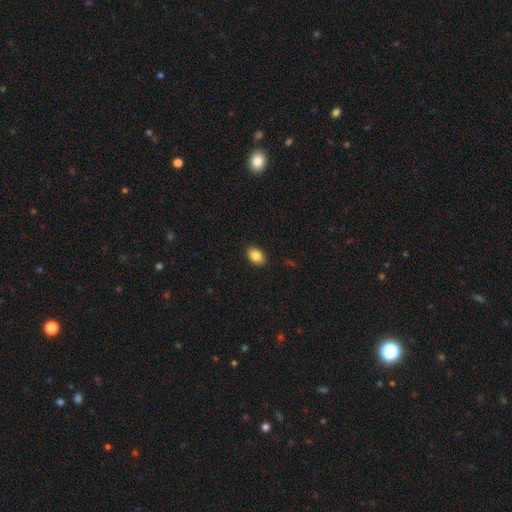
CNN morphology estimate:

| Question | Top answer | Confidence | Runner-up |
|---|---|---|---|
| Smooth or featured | smooth | 86% | star or artifact (8%) |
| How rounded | in between | 85% | round (14%) |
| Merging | none | 90% | minor disturbance (7%) |